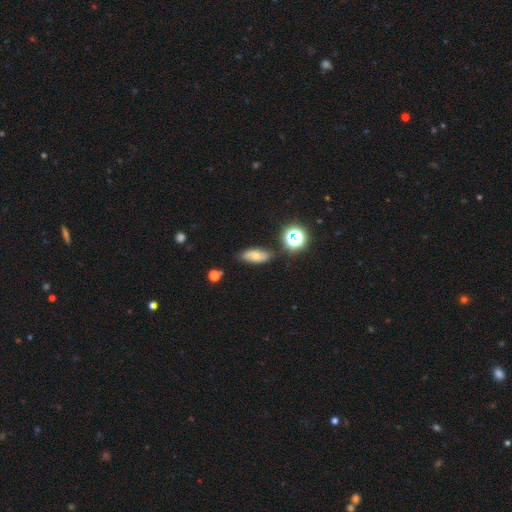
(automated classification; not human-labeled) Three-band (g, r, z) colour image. It shows a smooth galaxy with no disk features (57%) that is in between round and cigar-shaped (82%). Merging: none (76%).